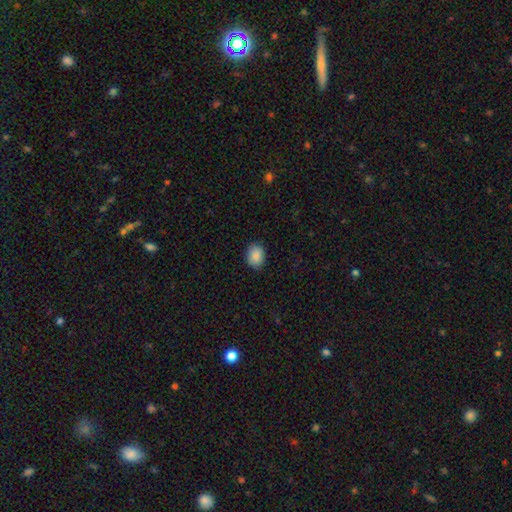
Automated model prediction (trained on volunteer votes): Q: Smooth or featured?
A: smooth (89%); runner-up: star or artifact (8%)
Q: How rounded?
A: in between (63%); runner-up: round (36%)
Q: Merging?
A: none (87%); runner-up: minor disturbance (10%)